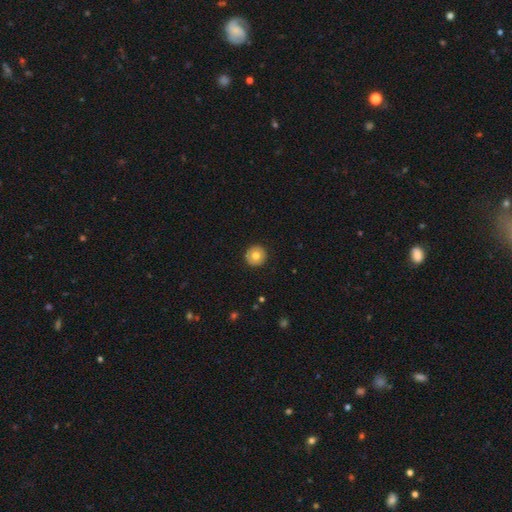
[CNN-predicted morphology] A smooth galaxy with no disk features (75%) that is round (96%). Merging: none (93%).